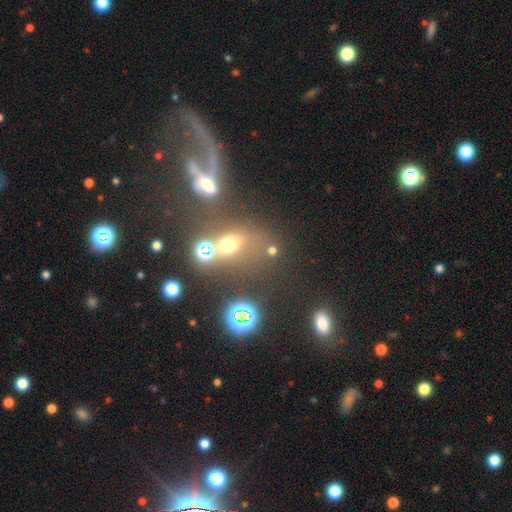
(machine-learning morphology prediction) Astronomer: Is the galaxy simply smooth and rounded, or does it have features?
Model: star or artifact — 36% (runner-up: smooth, 33%).